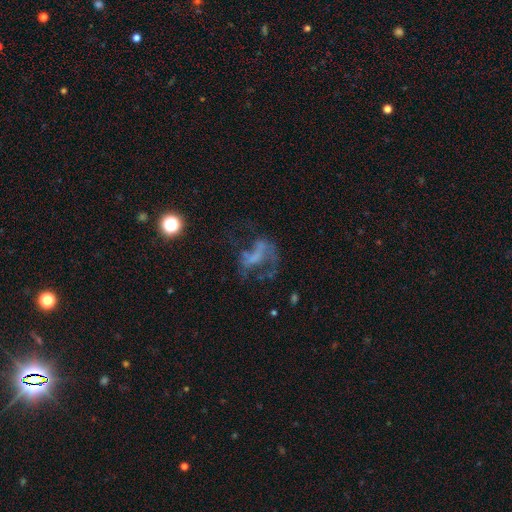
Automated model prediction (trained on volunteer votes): Smooth or featured?
  - featured or disk: 58% *
  - smooth: 22%
  - star or artifact: 21%
Edge-on disk?
  - no: 96% *
  - yes: 4%
Bar?
  - no: 63% *
  - weak: 24%
  - strong: 13%
Spiral arms?
  - no: 63% *
  - yes: 37%
Bulge size?
  - none: 68% *
  - small: 16%
  - moderate: 11%
  - large: 4%
  - dominant: 1%
Merging?
  - major disturbance: 42% *
  - none: 34%
  - minor disturbance: 15%
  - merger: 8%